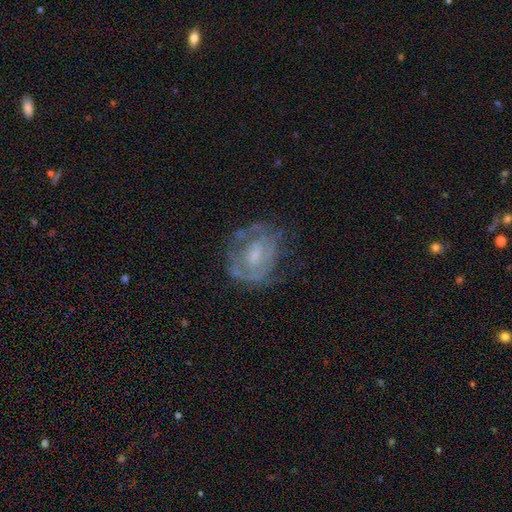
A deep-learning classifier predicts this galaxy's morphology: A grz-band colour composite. It shows a featured or disk galaxy (68%) with no bar (54%), spiral arms (56%) and a moderate central bulge (41%). Merging: none (56%).